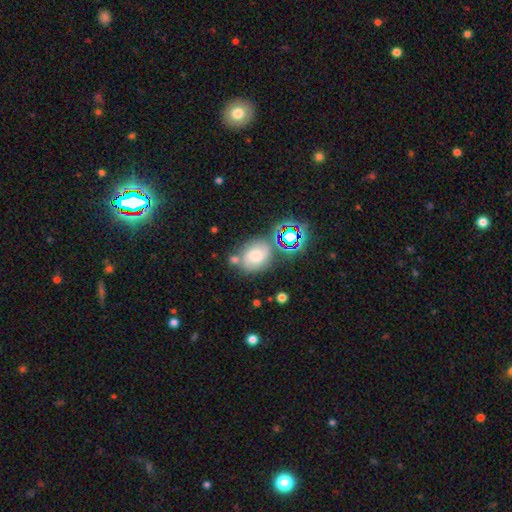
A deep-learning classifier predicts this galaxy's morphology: Smooth or featured: smooth — 45% (featured or disk — 29%)
Merging: none — 59% (minor disturbance — 19%)